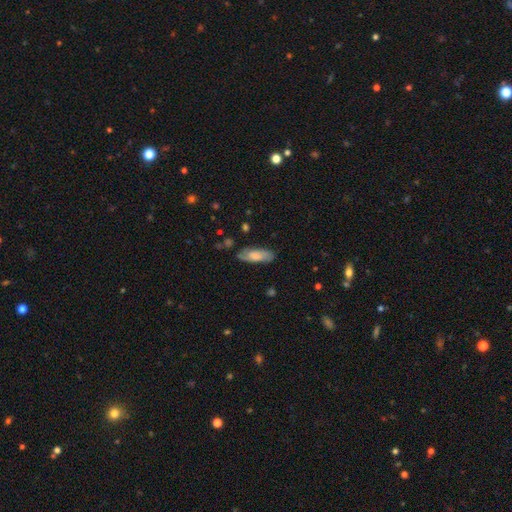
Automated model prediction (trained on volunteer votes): This appears to be a smooth galaxy with no disk features (61%) that is in between round and cigar-shaped (67%). Merging: none (72%).